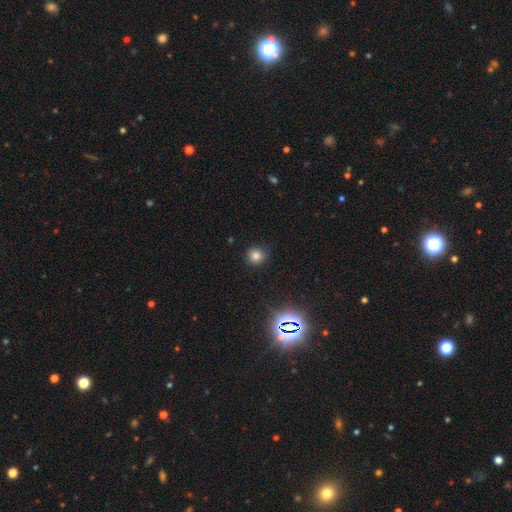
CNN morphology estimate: Smooth or featured?
  - smooth: 77% *
  - star or artifact: 17%
  - featured or disk: 7%
How rounded?
  - round: 89% *
  - in between: 10%
  - cigar-shaped: 1%
Merging?
  - none: 81% *
  - minor disturbance: 14%
  - major disturbance: 4%
  - merger: 1%